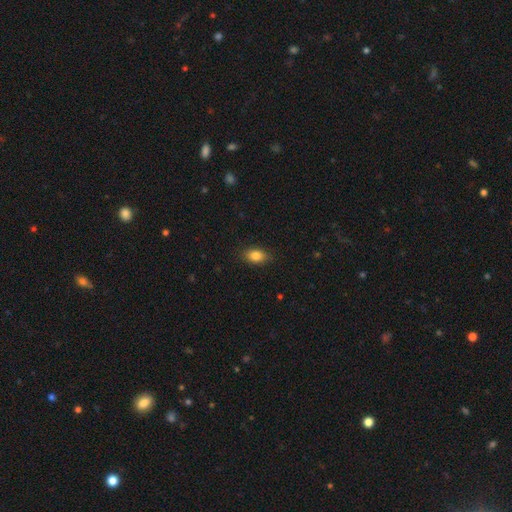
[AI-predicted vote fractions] Q: Smooth or featured?
A: smooth (83%); runner-up: star or artifact (9%)
Q: How rounded?
A: in between (84%); runner-up: round (12%)
Q: Merging?
A: none (86%); runner-up: minor disturbance (11%)